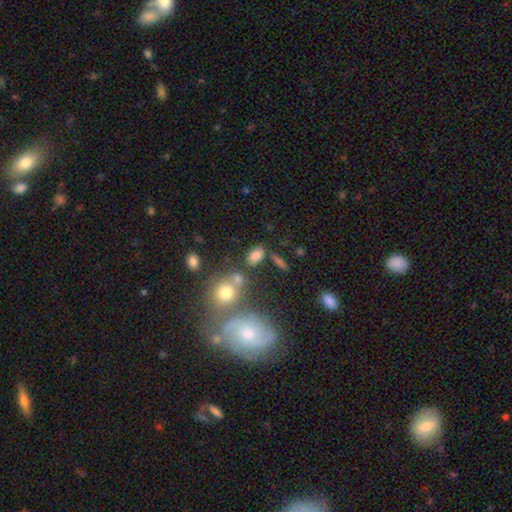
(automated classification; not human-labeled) The model was most divided on "merging": none: 69%, minor disturbance: 13%, merger: 13%, major disturbance: 5%. More confident: how rounded — in between (84%); smooth or featured — smooth (79%).